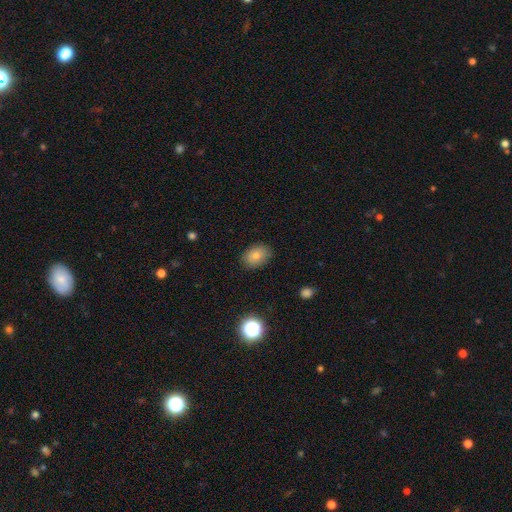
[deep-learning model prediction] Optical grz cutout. It shows a smooth galaxy with no disk features (81%) that is in between round and cigar-shaped (77%). Merging: none (85%).